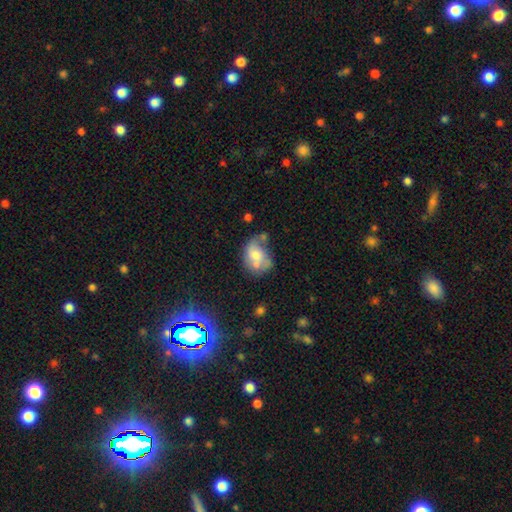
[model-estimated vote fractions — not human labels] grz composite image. It shows a smooth galaxy with no disk features (55%) that is in between round and cigar-shaped (66%). Merging: merger (38%).